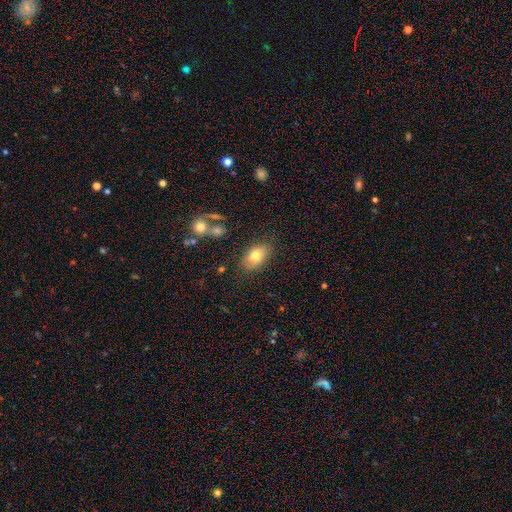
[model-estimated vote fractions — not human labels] Smooth or featured: smooth — 76% (featured or disk — 15%)
How rounded: in between — 88% (round — 10%)
Merging: none — 82% (minor disturbance — 12%)